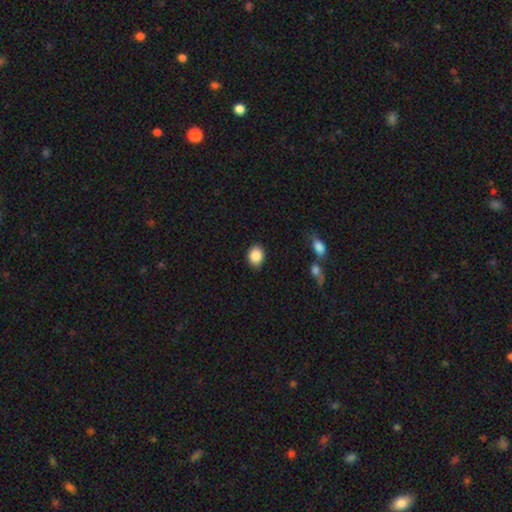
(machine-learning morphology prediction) Smooth or featured? smooth (87%)
How rounded? in between (50%)
Merging? none (87%)